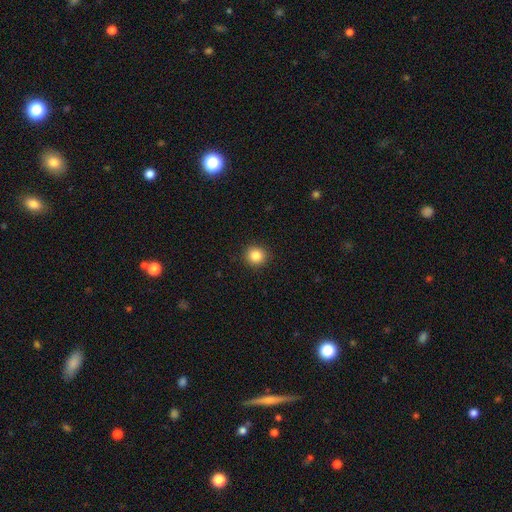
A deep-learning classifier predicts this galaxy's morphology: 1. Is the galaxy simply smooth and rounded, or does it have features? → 85% smooth, 11% star or artifact, 5% featured or disk.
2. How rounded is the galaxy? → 91% round, 8% in between, 1% cigar-shaped.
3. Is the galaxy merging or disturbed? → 92% none, 5% minor disturbance, 2% major disturbance, 1% merger.